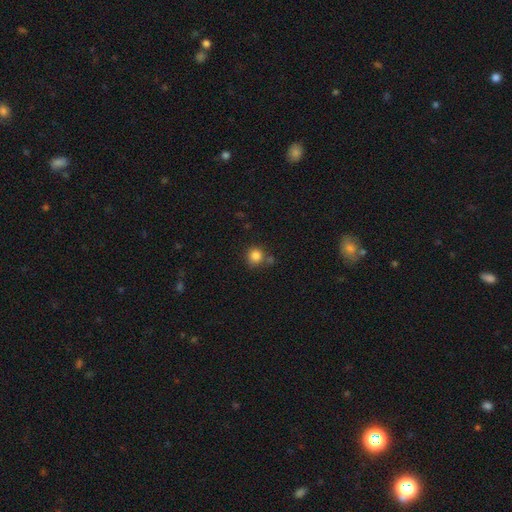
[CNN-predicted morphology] type=smooth (84%); roundness=round (91%); merging=none (70%).